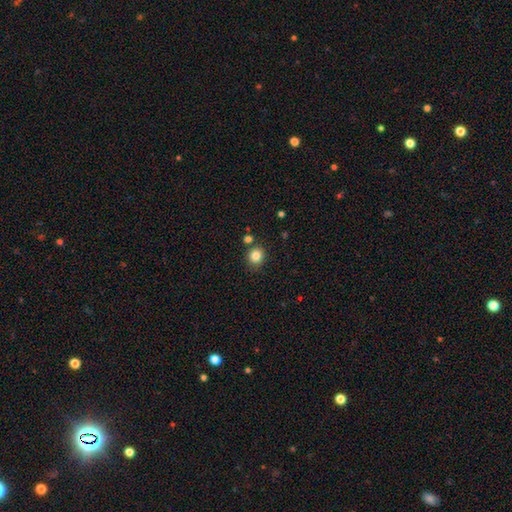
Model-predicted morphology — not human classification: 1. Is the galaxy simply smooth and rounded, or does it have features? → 85% smooth, 11% star or artifact, 5% featured or disk.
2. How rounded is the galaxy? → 81% round, 18% in between, 1% cigar-shaped.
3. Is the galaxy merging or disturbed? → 80% none, 10% minor disturbance, 8% merger, 3% major disturbance.